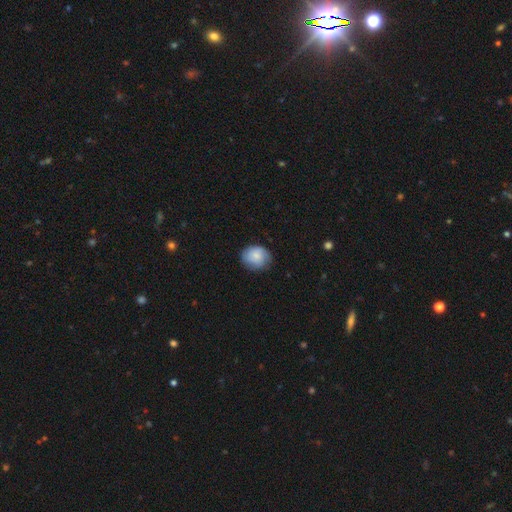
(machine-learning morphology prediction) type=smooth (75%); roundness=round (63%); merging=none (76%).